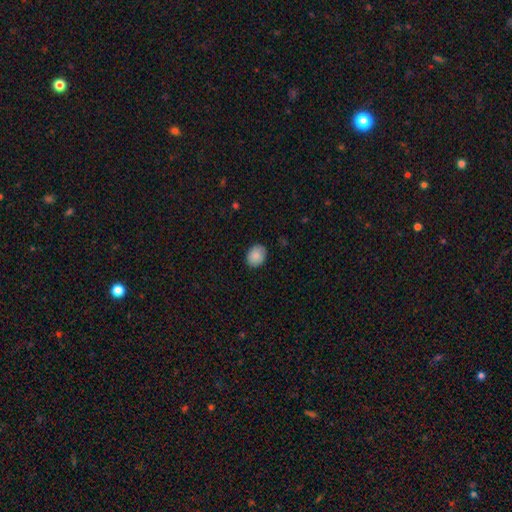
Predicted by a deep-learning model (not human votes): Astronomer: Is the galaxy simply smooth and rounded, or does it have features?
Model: smooth — 88%.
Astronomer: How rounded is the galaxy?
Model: in between — 50% (runner-up: round, 49%).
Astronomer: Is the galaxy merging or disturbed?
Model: none — 86%.